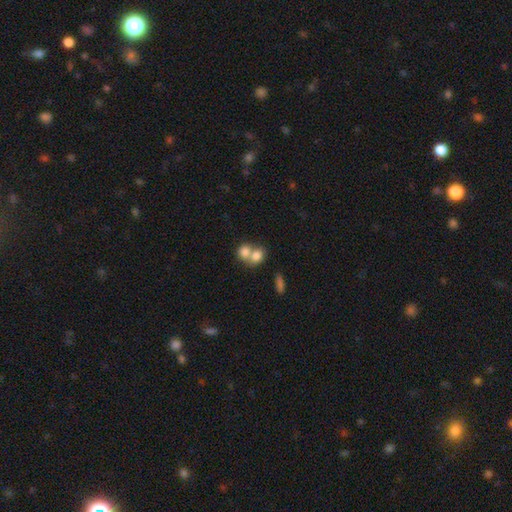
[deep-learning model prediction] A smooth galaxy with no disk features (77%) that is round (59%). Merging: merger (65%).